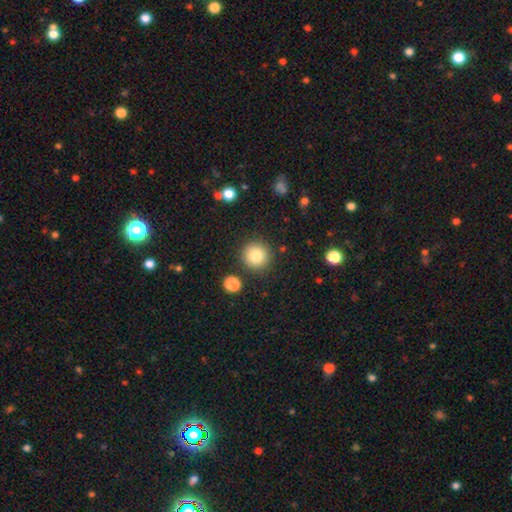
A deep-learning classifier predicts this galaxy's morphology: This appears to be a smooth galaxy with no disk features (81%) that is round (94%). Merging: none (88%).